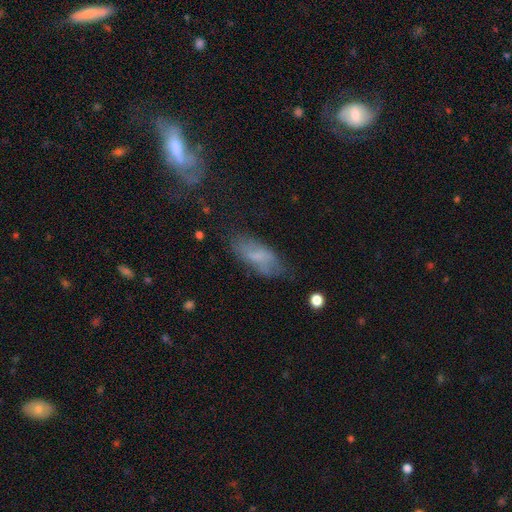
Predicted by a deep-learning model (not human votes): A smooth galaxy with no disk features (62%) that is in between round and cigar-shaped (76%). Merging: none (61%).